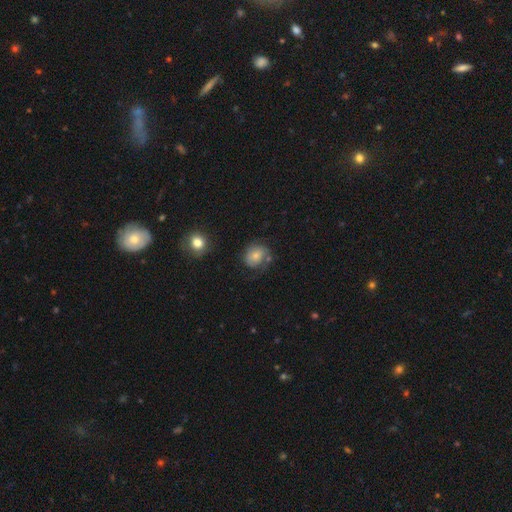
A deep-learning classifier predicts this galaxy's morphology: This is possibly a smooth galaxy (54%). How rounded: likely round (63%). Merging: possibly none (56%).